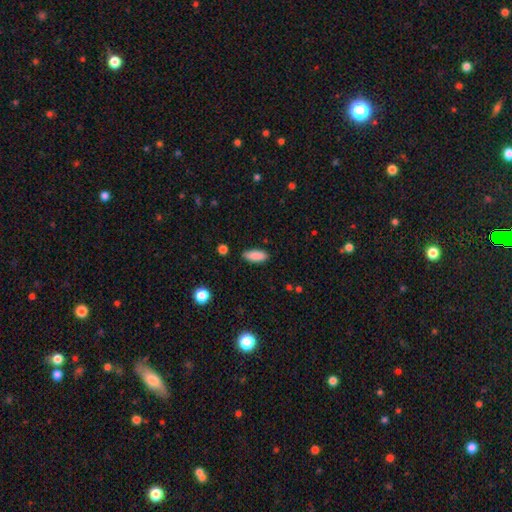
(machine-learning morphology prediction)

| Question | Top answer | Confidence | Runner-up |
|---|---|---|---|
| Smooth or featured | smooth | 88% | star or artifact (7%) |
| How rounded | in between | 75% | cigar-shaped (23%) |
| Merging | none | 85% | minor disturbance (11%) |